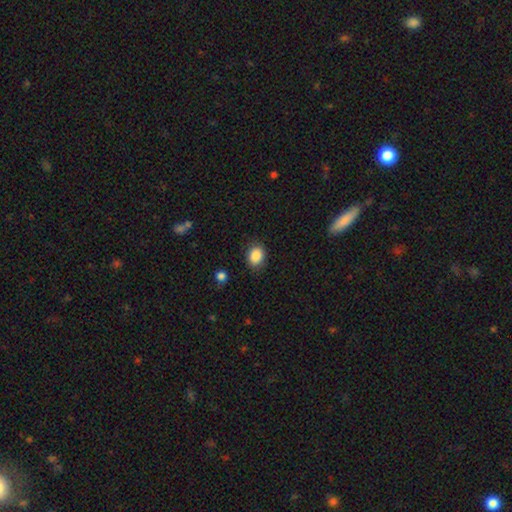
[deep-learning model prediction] The model was most divided on "how rounded": in between: 52%, round: 47%, cigar-shaped: 1%. More confident: smooth or featured — smooth (87%); merging — none (84%).